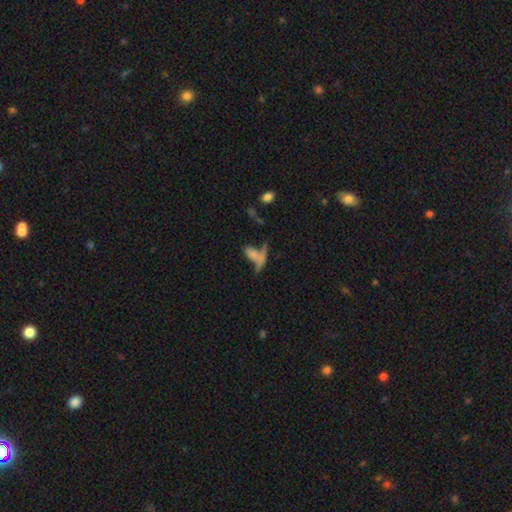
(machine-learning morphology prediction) smooth_or_featured: smooth (p=0.60) [alt: featured or disk p=0.25]
how_rounded: in between (p=0.59) [alt: cigar-shaped p=0.33]
merging: merger (p=0.45) [alt: none p=0.26]